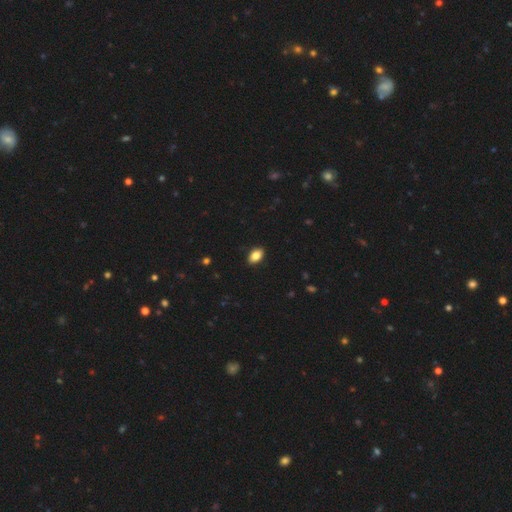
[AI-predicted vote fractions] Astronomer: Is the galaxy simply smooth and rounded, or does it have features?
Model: smooth — 85%.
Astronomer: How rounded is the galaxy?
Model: in between — 88%.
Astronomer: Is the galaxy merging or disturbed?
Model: none — 89%.